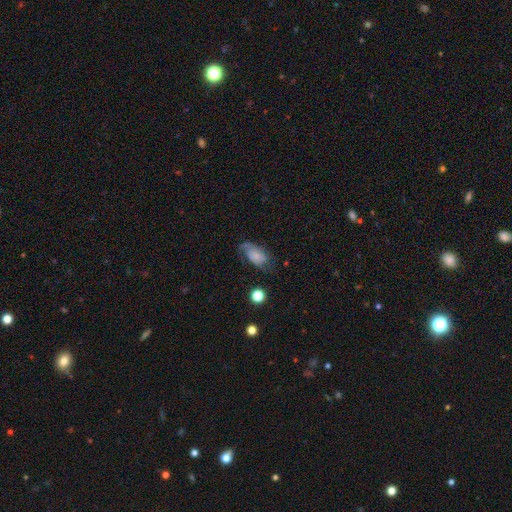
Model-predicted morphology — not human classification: Overall: featured or disk (52%; smooth 39%). Edge-on disk: no (95%). Merging: none (53%; minor disturbance 27%).